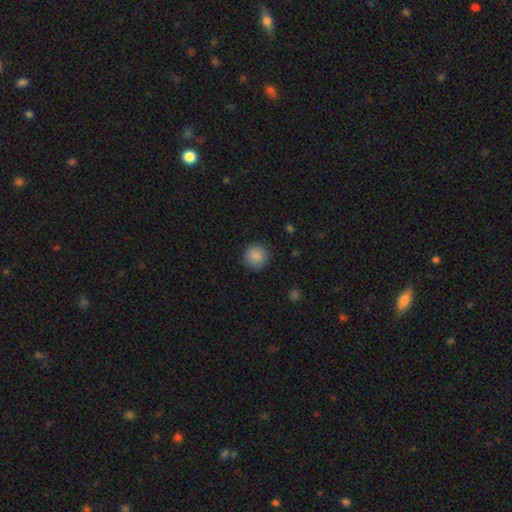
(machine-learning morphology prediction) Smooth or featured?
  - smooth: 88% *
  - star or artifact: 8%
  - featured or disk: 4%
How rounded?
  - round: 95% *
  - in between: 4%
  - cigar-shaped: 1%
Merging?
  - none: 90% *
  - minor disturbance: 7%
  - major disturbance: 2%
  - merger: 1%